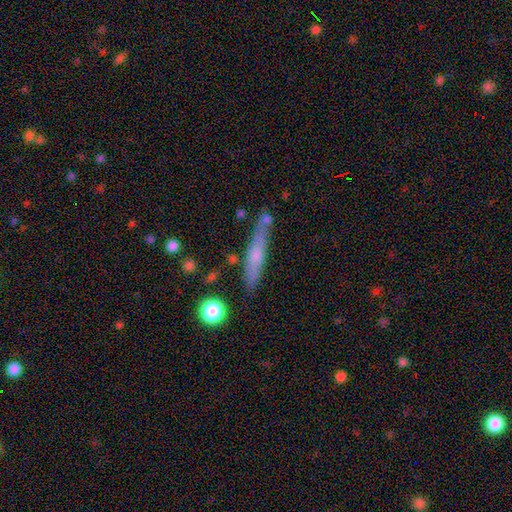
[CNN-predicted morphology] smooth-or-featured: smooth: 49% | featured or disk: 43% | star or artifact: 8%
  merging: none: 73% | minor disturbance: 16% | merger: 7% | major disturbance: 4%